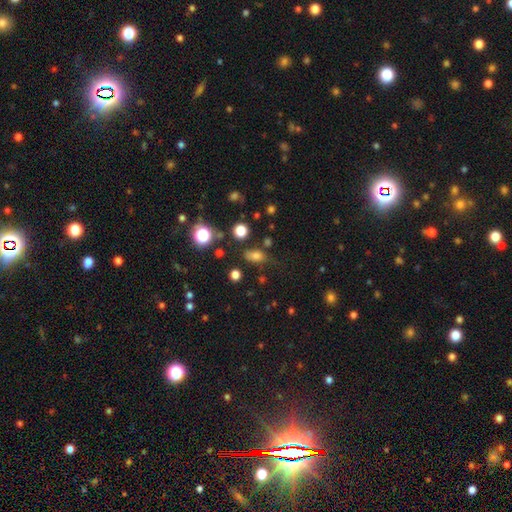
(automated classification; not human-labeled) Smooth or featured? smooth (72%)
How rounded? in between (72%)
Merging? none (66%)